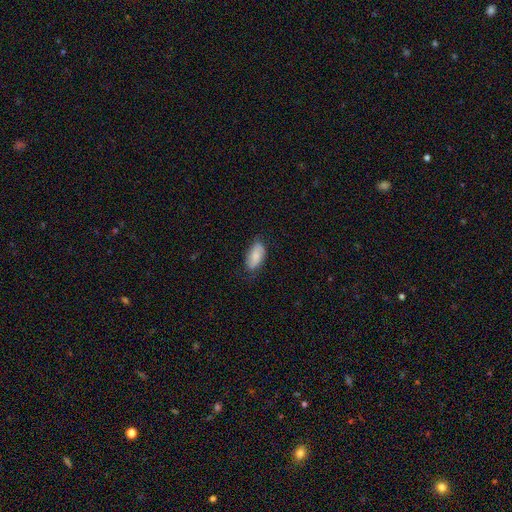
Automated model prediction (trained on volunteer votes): The model was most divided on "merging": none: 72%, minor disturbance: 22%, major disturbance: 5%, merger: 1%. More confident: how rounded — in between (91%); smooth or featured — smooth (81%).